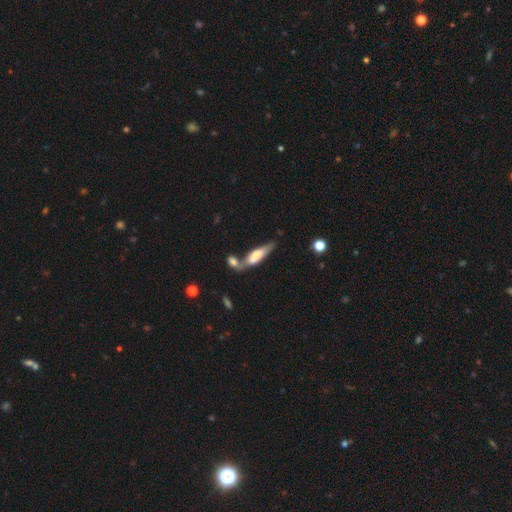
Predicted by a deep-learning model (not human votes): smooth-or-featured: smooth: 53% | featured or disk: 40% | star or artifact: 7%
  how-rounded: cigar-shaped: 59% | in between: 39% | round: 2%
  merging: merger: 47% | none: 32% | minor disturbance: 14% | major disturbance: 7%